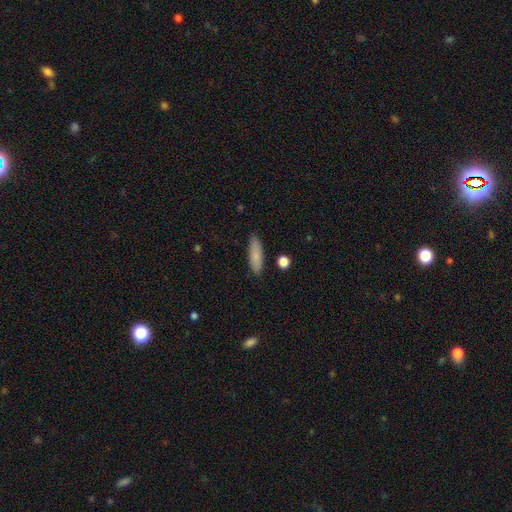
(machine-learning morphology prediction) Smooth or featured?
  - smooth: 82% *
  - featured or disk: 12%
  - star or artifact: 6%
How rounded?
  - cigar-shaped: 50% *
  - in between: 48%
  - round: 2%
Merging?
  - none: 86% *
  - minor disturbance: 10%
  - major disturbance: 2%
  - merger: 2%